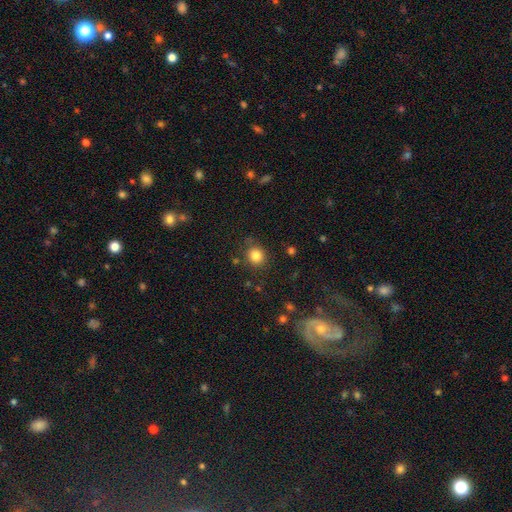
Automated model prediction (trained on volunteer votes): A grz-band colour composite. It shows a smooth galaxy with no disk features (83%) that is round (87%). Merging: none (84%).